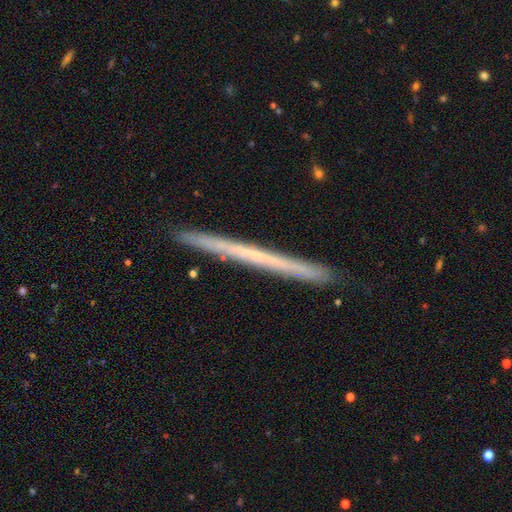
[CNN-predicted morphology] This appears to be a featured or disk galaxy (59%) viewed edge-on (97%) with no central bulge (89%). Merging: none (91%).